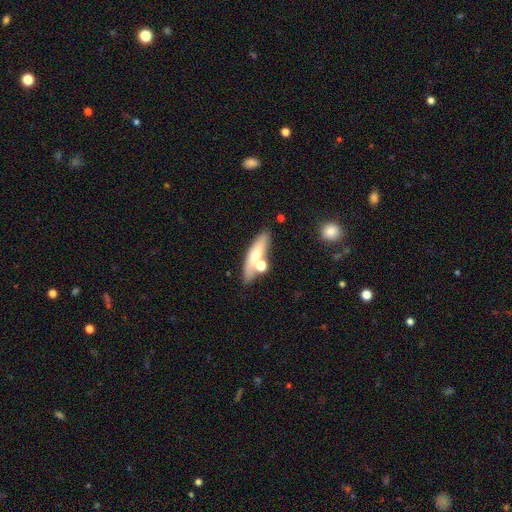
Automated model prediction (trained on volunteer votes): A smooth galaxy with no disk features (59%) that is cigar-shaped (55%).

Vote fractions:
- Smooth or featured? smooth: 59% / featured or disk: 33% / star or artifact: 8%
- How rounded? cigar-shaped: 55% / in between: 40% / round: 6%
- Merging? none: 64% / merger: 19% / minor disturbance: 13% / major disturbance: 5%